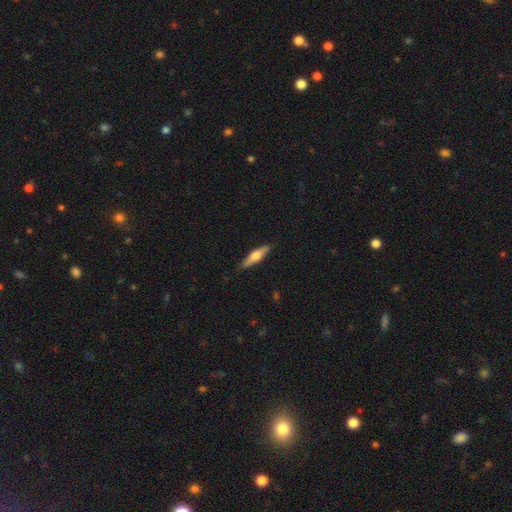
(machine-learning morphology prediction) Q: Smooth or featured?
A: featured or disk (51%); runner-up: smooth (43%)
Q: Edge-on disk?
A: yes (95%); runner-up: no (5%)
Q: Merging?
A: none (89%); runner-up: minor disturbance (9%)